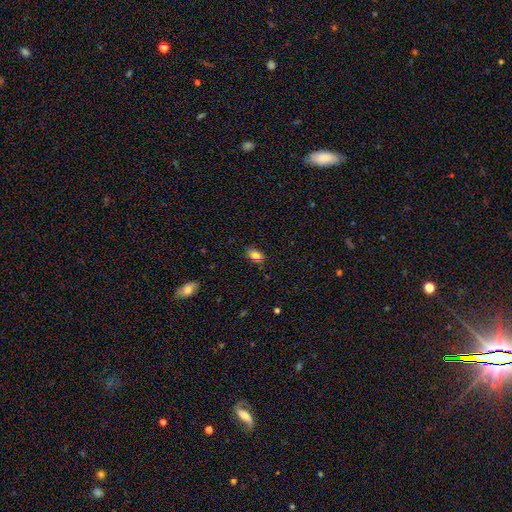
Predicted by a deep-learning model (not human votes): A smooth galaxy with no disk features (65%) that is in between round and cigar-shaped (81%).

Vote fractions:
- Smooth or featured? smooth: 65% / star or artifact: 24% / featured or disk: 11%
- How rounded? in between: 81% / round: 15% / cigar-shaped: 4%
- Merging? none: 79% / minor disturbance: 14% / major disturbance: 4% / merger: 2%